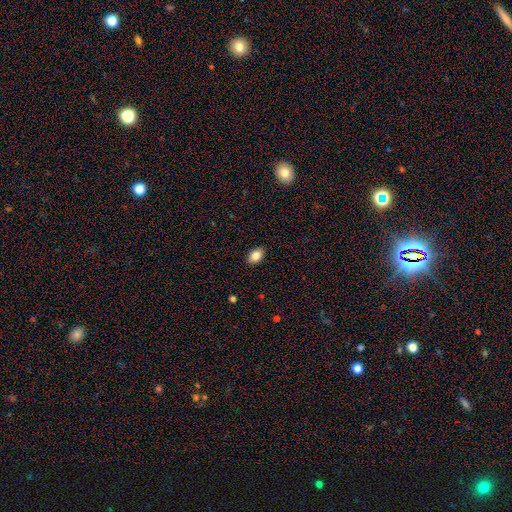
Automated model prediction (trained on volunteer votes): This is clearly a smooth galaxy (84%). How rounded: clearly in between (84%). Merging: clearly none (89%).